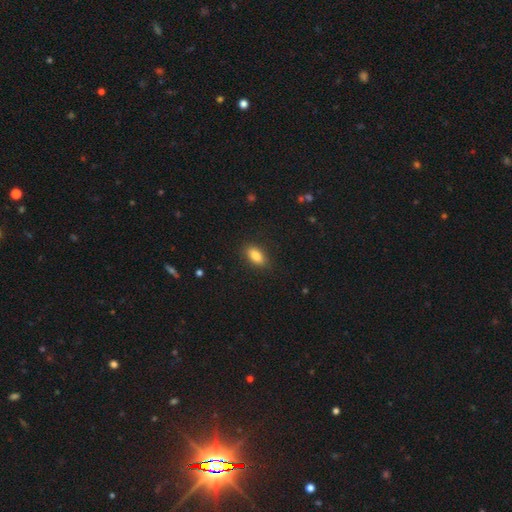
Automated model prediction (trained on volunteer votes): Smooth or featured: smooth — 85% (star or artifact — 8%)
How rounded: in between — 87% (cigar-shaped — 8%)
Merging: none — 88% (minor disturbance — 9%)